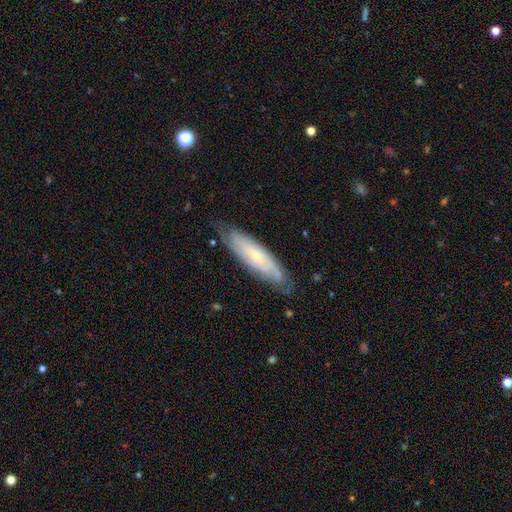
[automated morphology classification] This appears to be a featured or disk galaxy (63%). Merging: none (75%).